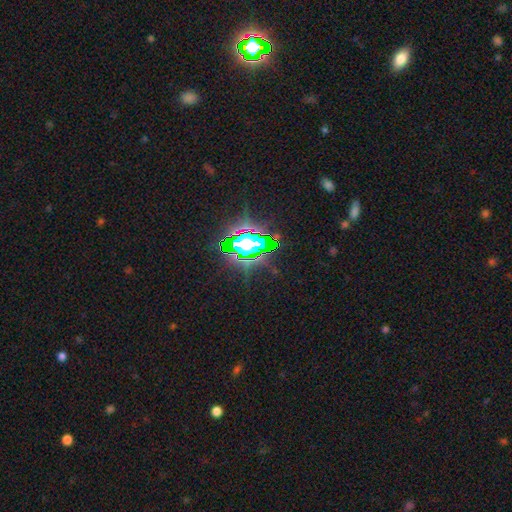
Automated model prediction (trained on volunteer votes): The model was most divided on "smooth or featured": star or artifact: 79%, smooth: 12%, featured or disk: 10%.